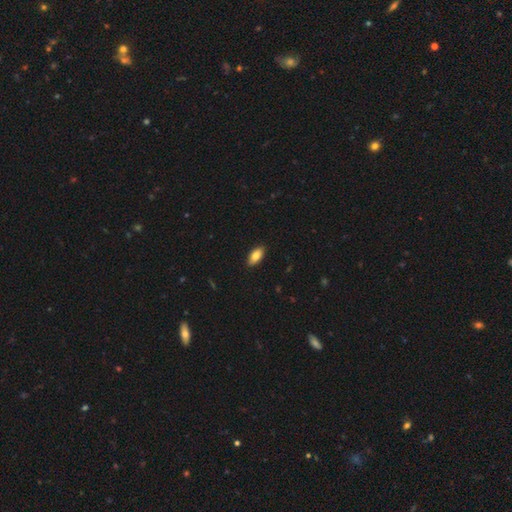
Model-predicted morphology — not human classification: This appears to be a smooth galaxy with no disk features (83%) that is in between round and cigar-shaped (91%). Merging: none (88%).